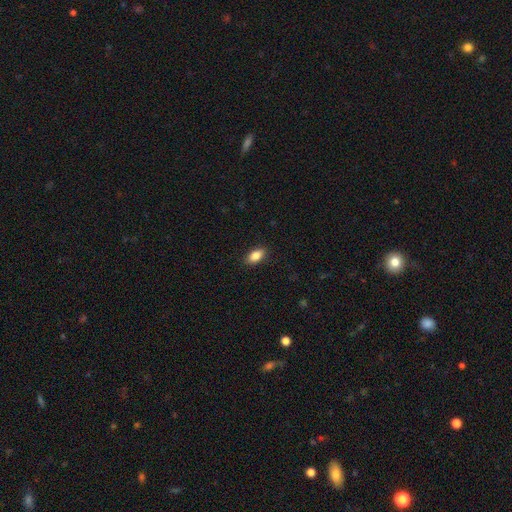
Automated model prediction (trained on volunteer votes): This appears to be a smooth galaxy with no disk features (86%) that is in between round and cigar-shaped (90%). Merging: none (89%).